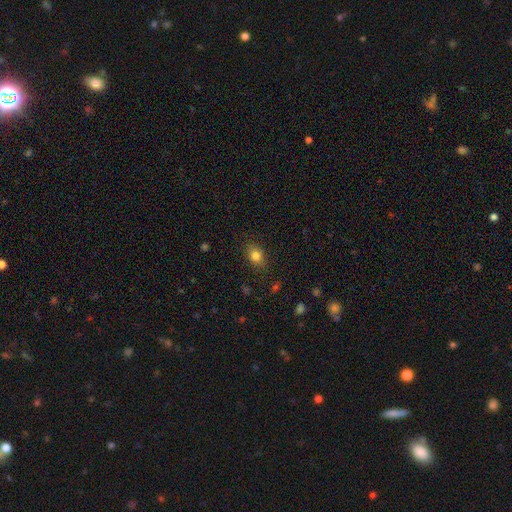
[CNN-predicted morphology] smooth-or-featured: smooth: 82% | star or artifact: 11% | featured or disk: 7%
  how-rounded: in between: 66% | round: 32% | cigar-shaped: 2%
  merging: none: 85% | minor disturbance: 11% | major disturbance: 3% | merger: 1%